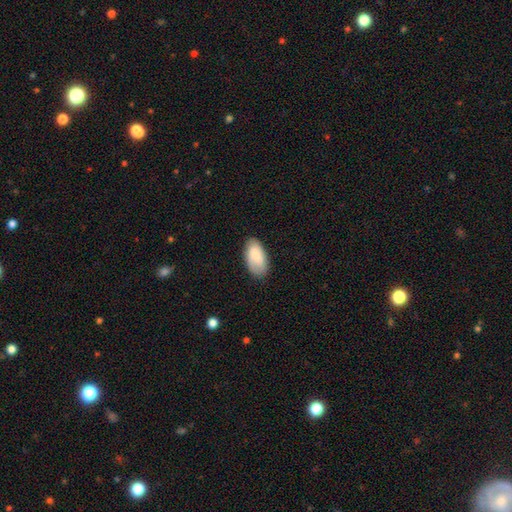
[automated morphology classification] smooth 76%, featured or disk 18%, star or artifact 6%. Down the decision tree: how rounded — in between (95%); merging — none (78%).